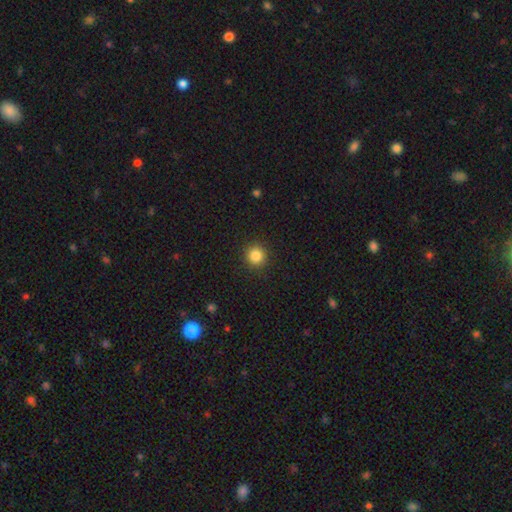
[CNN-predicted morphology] smooth_or_featured: smooth (p=0.84) [alt: star or artifact p=0.11]
how_rounded: round (p=0.94) [alt: in between p=0.05]
merging: none (p=0.92) [alt: minor disturbance p=0.05]